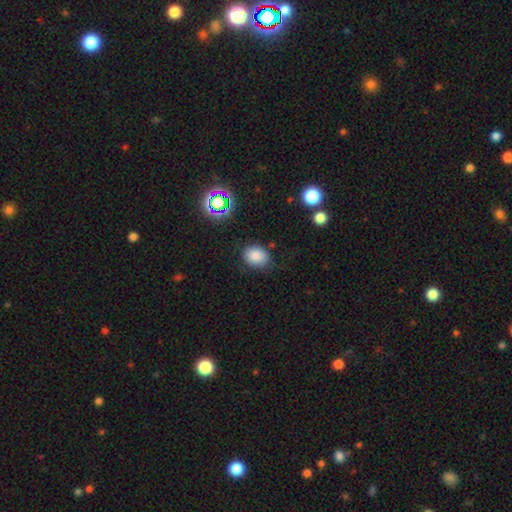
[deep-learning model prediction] Overall: smooth (82%). How rounded: in between (55%; round 44%). Merging: none (76%).